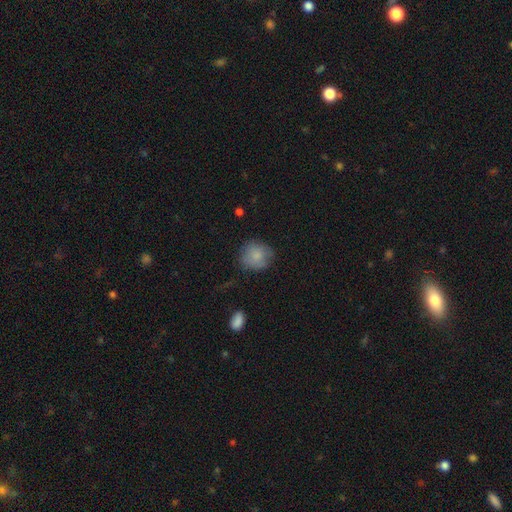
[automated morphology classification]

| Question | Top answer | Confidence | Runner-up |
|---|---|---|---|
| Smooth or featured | smooth | 81% | featured or disk (11%) |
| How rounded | round | 83% | in between (16%) |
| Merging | none | 70% | minor disturbance (22%) |